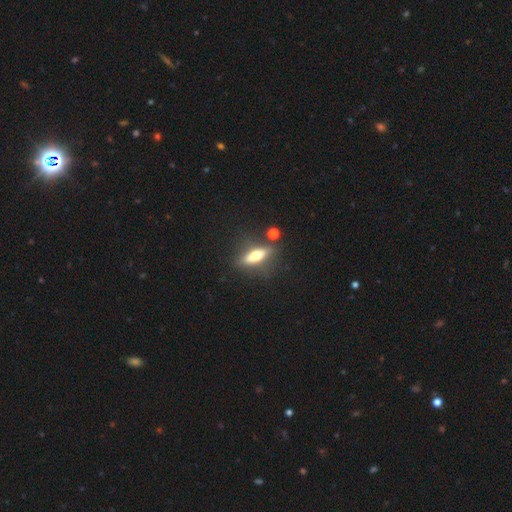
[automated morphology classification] Q: Smooth or featured?
A: smooth (49%); runner-up: featured or disk (44%)
Q: Merging?
A: none (78%); runner-up: minor disturbance (12%)